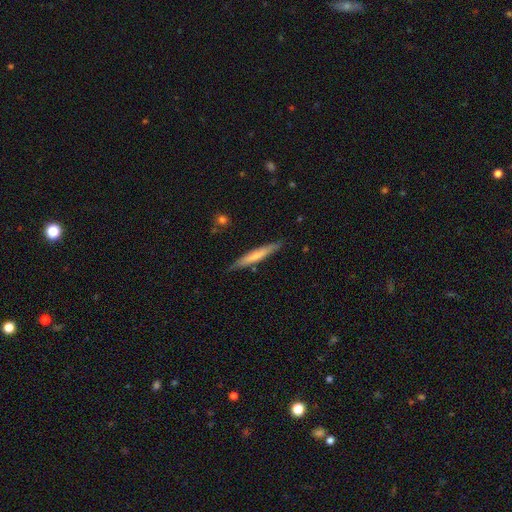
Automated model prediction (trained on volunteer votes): Smooth or featured? Predicted: smooth (p=0.59). How rounded? Predicted: cigar-shaped (p=0.93). Merging? Predicted: none (p=0.84).